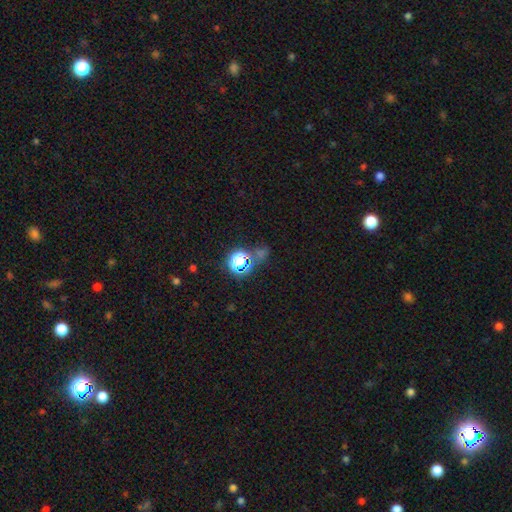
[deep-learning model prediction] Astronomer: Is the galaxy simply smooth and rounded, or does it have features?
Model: star or artifact — 63%.